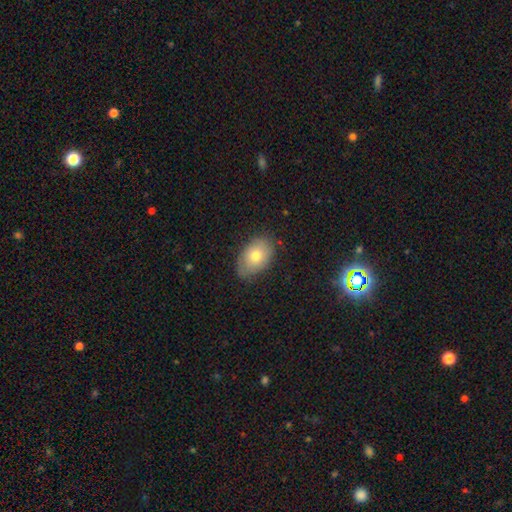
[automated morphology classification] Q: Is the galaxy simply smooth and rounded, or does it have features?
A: smooth — 70%.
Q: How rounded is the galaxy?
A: in between — 87%.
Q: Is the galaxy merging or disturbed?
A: none — 74%.